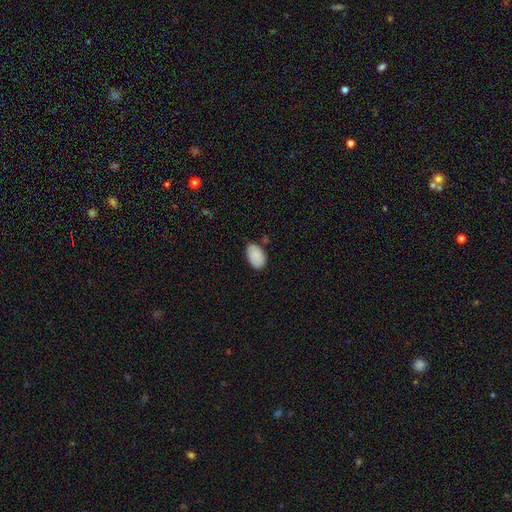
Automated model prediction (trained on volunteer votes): smooth 88%, star or artifact 6%, featured or disk 5%. Down the decision tree: how rounded — in between (93%); merging — none (74%).